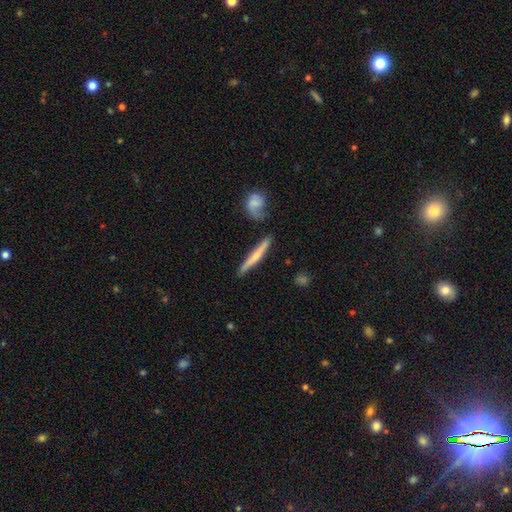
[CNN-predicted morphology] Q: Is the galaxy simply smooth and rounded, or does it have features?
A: smooth — 48%.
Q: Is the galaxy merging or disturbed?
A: none — 78%.